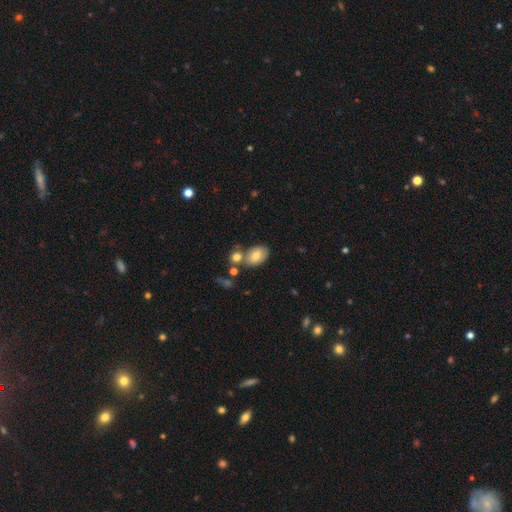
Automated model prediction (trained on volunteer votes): Morphology: type=smooth (76%); roundness=in between (86%); merging=none (57%).